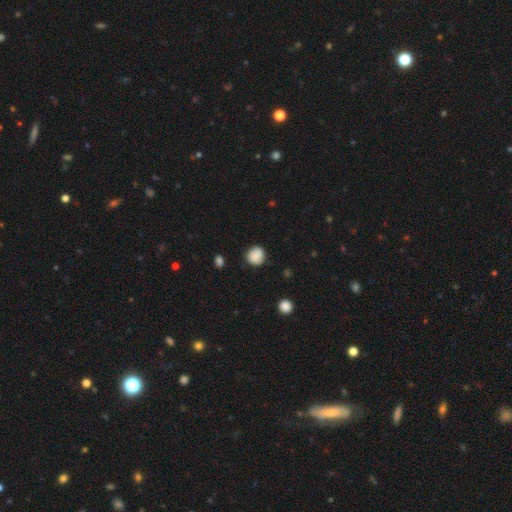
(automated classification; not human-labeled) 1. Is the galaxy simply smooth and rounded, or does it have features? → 87% smooth, 9% star or artifact, 5% featured or disk.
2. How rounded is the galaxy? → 86% round, 13% in between, 1% cigar-shaped.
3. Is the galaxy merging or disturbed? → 81% none, 15% minor disturbance, 3% major disturbance, 1% merger.